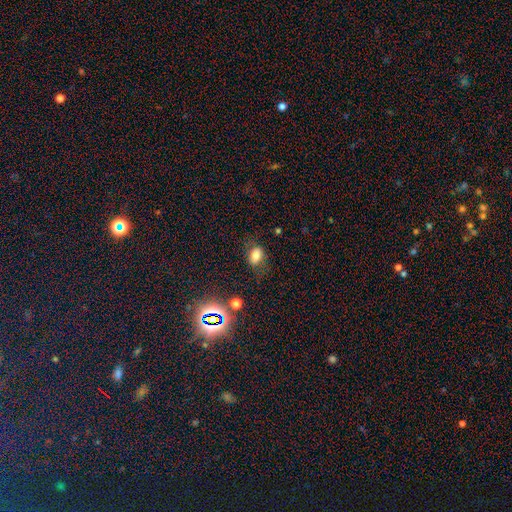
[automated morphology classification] Smooth or featured? smooth (72%)
How rounded? in between (77%)
Merging? none (67%)